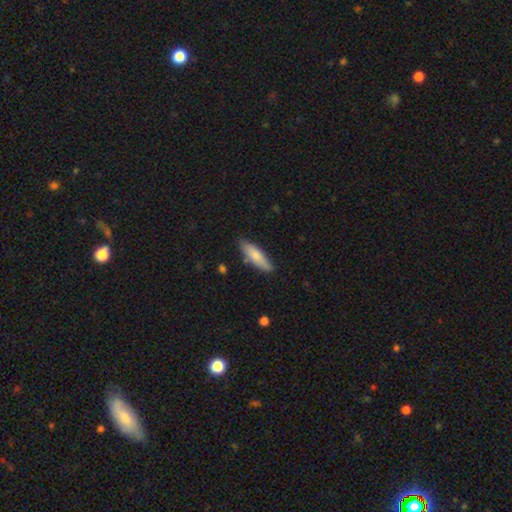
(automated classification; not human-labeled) Smooth or featured? smooth (74%)
How rounded? cigar-shaped (60%)
Merging? none (80%)